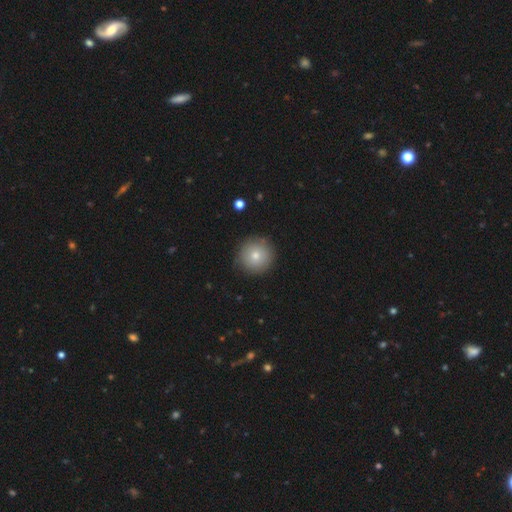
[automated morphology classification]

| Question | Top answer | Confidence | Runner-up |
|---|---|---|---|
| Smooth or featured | smooth | 77% | featured or disk (13%) |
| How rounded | round | 95% | in between (4%) |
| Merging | none | 87% | minor disturbance (9%) |